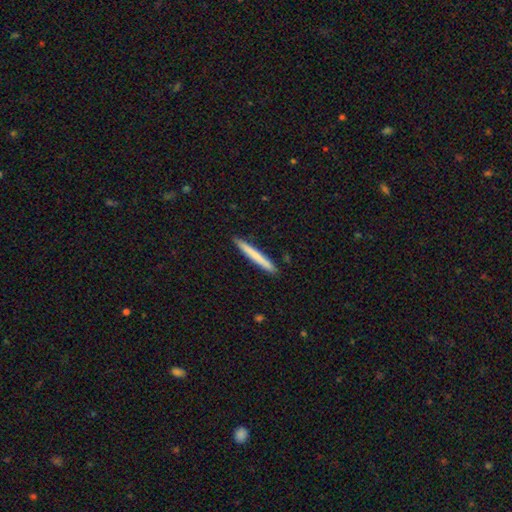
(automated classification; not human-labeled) Smooth or featured?
  - smooth: 70% *
  - featured or disk: 25%
  - star or artifact: 5%
How rounded?
  - cigar-shaped: 97% *
  - in between: 2%
  - round: 1%
Merging?
  - none: 92% *
  - minor disturbance: 6%
  - major disturbance: 1%
  - merger: 1%